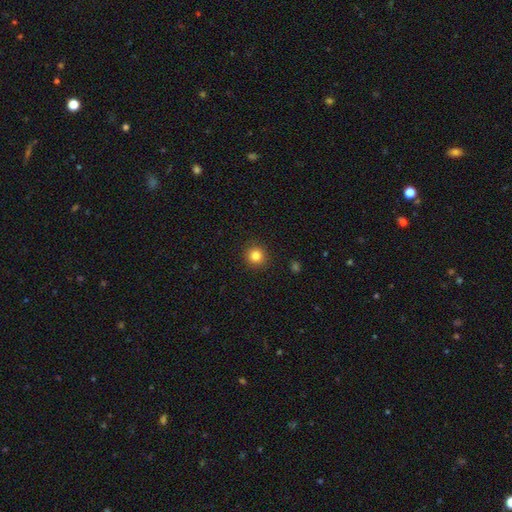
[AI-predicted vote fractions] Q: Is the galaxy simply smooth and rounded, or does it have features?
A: smooth — 84%.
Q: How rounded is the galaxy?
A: round — 94%.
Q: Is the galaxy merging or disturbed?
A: none — 91%.